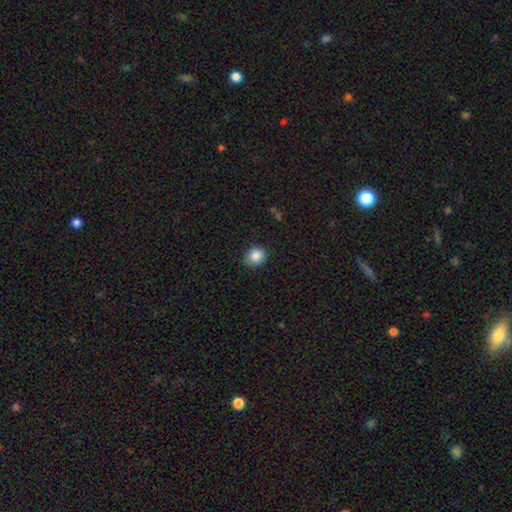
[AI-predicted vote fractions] Overall: smooth (87%). How rounded: round (74%). Merging: none (79%).